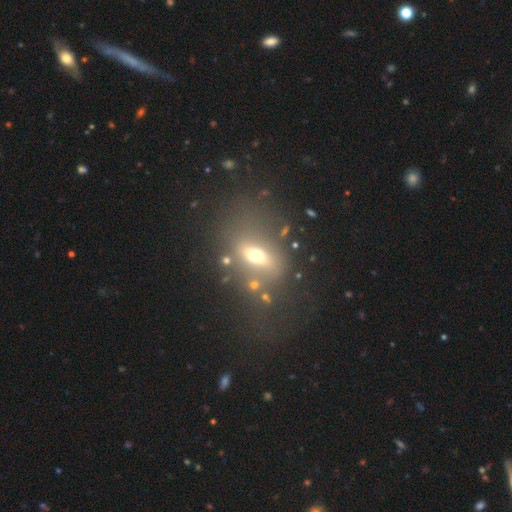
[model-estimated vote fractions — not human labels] Smooth or featured: smooth — 53% (featured or disk — 30%)
How rounded: in between — 64% (round — 25%)
Merging: none — 63% (minor disturbance — 16%)